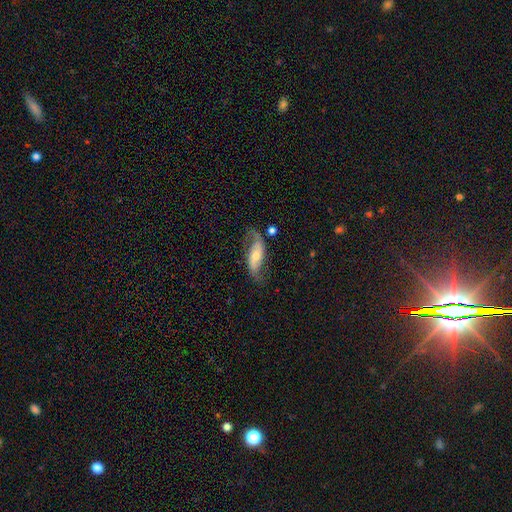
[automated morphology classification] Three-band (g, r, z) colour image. It shows a featured or disk galaxy (72%) with no bar (54%), 2 (86%) loose (65%) spiral arms (89%) and a moderate central bulge (49%). Merging: none (60%).